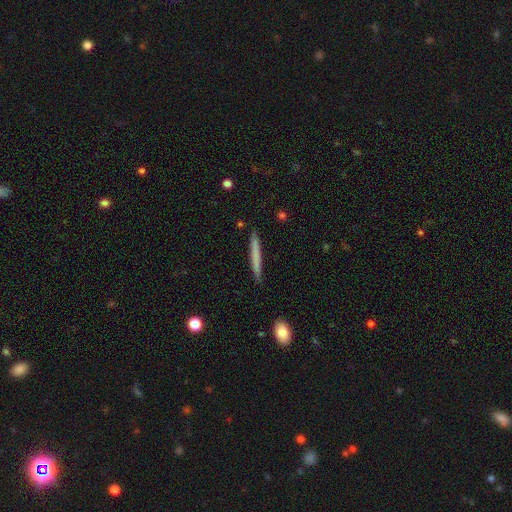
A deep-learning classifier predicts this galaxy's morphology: This appears to be a smooth galaxy with no disk features (67%) that is cigar-shaped (97%). Merging: none (89%).